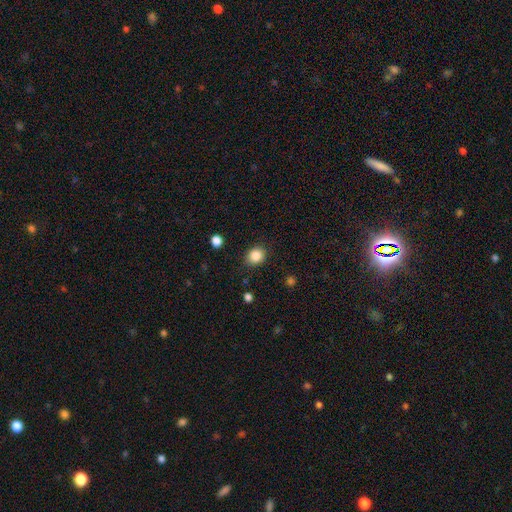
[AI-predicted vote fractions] This is clearly a smooth galaxy (86%). How rounded: likely round (69%). Merging: clearly none (84%).